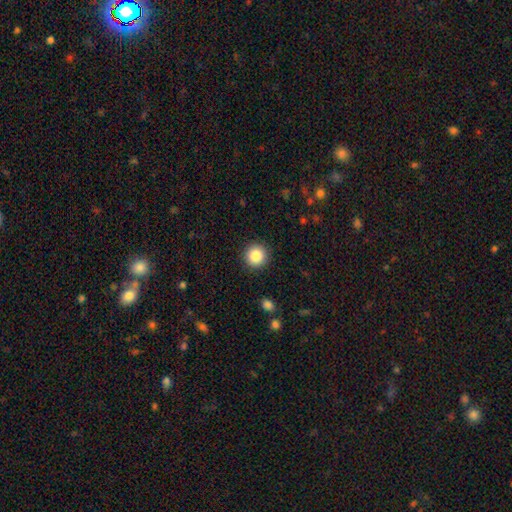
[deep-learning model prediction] A smooth galaxy with no disk features (86%) that is round (95%).

Vote fractions:
- Smooth or featured? smooth: 86% / star or artifact: 9% / featured or disk: 5%
- How rounded? round: 95% / in between: 4% / cigar-shaped: 1%
- Merging? none: 92% / minor disturbance: 5% / major disturbance: 2% / merger: 1%